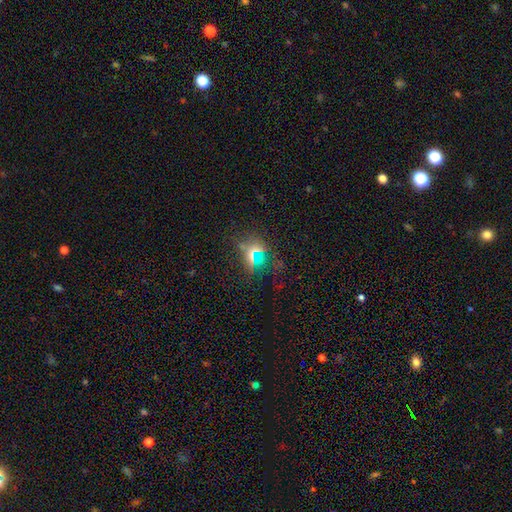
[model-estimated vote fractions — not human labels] Overall: smooth (47%; star or artifact 42%). Merging: none (76%).